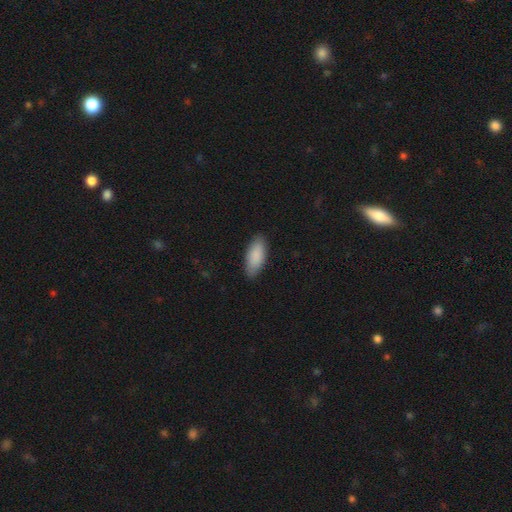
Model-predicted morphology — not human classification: smooth-or-featured: smooth: 89% | featured or disk: 6% | star or artifact: 5%
  how-rounded: in between: 88% | cigar-shaped: 11% | round: 2%
  merging: none: 87% | minor disturbance: 10% | major disturbance: 2% | merger: 1%